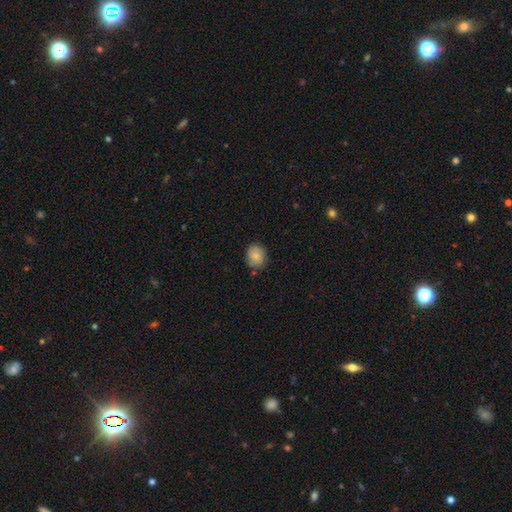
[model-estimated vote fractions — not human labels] This is clearly a smooth galaxy (83%). How rounded: possibly round (58%). Merging: likely none (79%).